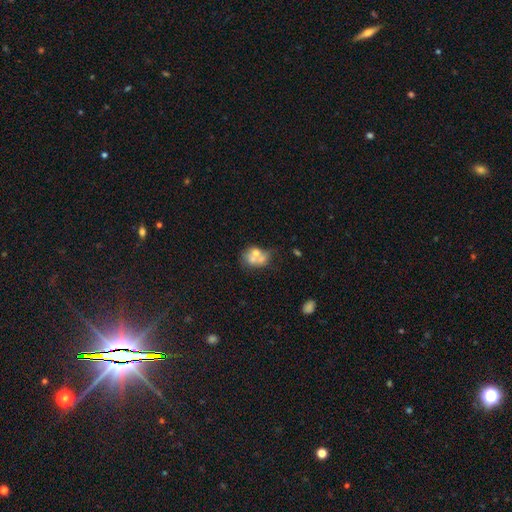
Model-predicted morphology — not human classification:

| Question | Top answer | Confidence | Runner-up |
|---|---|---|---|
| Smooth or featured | smooth | 55% | featured or disk (34%) |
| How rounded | in between | 52% | round (47%) |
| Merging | merger | 58% | none (24%) |